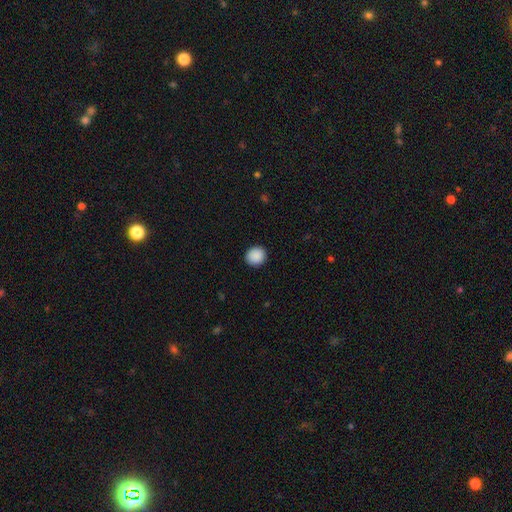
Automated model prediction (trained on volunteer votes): Smooth or featured: smooth — 90% (star or artifact — 8%)
How rounded: round — 90% (in between — 10%)
Merging: none — 91% (minor disturbance — 6%)